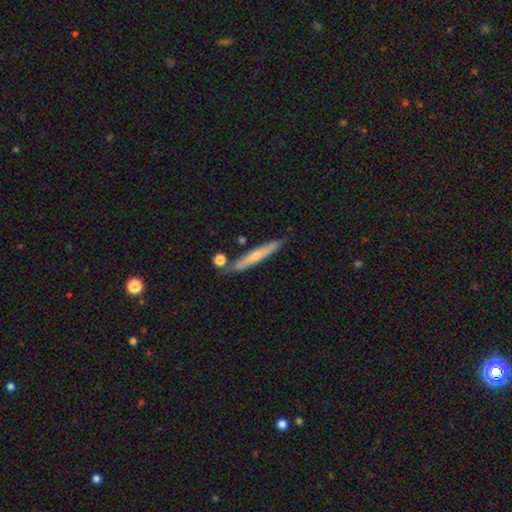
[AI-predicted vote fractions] Smooth or featured? Predicted: smooth (p=0.53). How rounded? Predicted: cigar-shaped (p=0.94). Merging? Predicted: none (p=0.77).